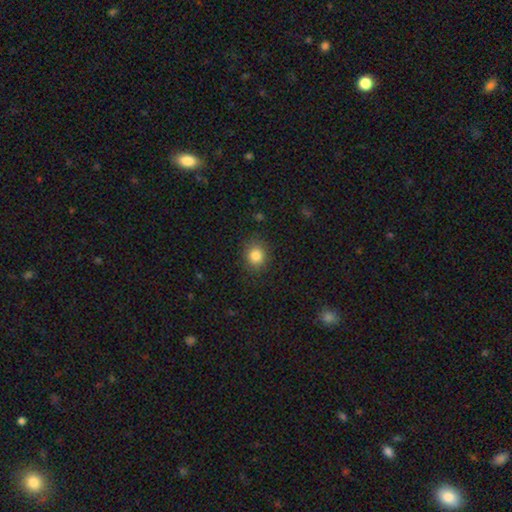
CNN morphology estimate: type=smooth (84%); roundness=round (78%); merging=none (86%).